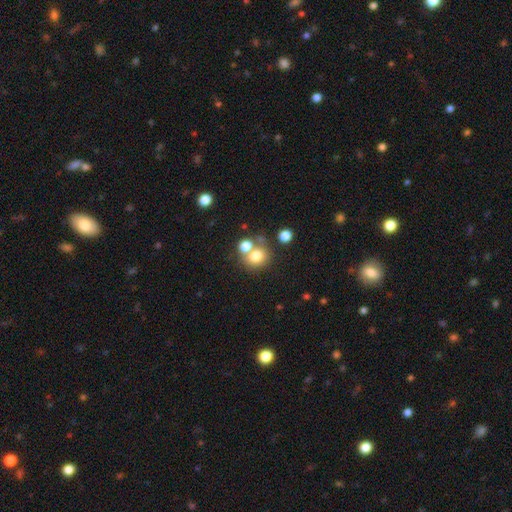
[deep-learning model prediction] smooth 75%, star or artifact 13%, featured or disk 12%. Down the decision tree: how rounded — round (76%); merging — none (50%).